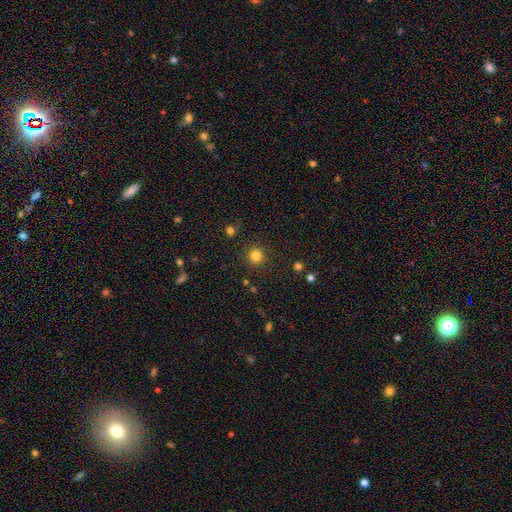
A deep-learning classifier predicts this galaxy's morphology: The model was most divided on "smooth or featured": smooth: 82%, star or artifact: 14%, featured or disk: 5%. More confident: how rounded — round (94%); merging — none (90%).